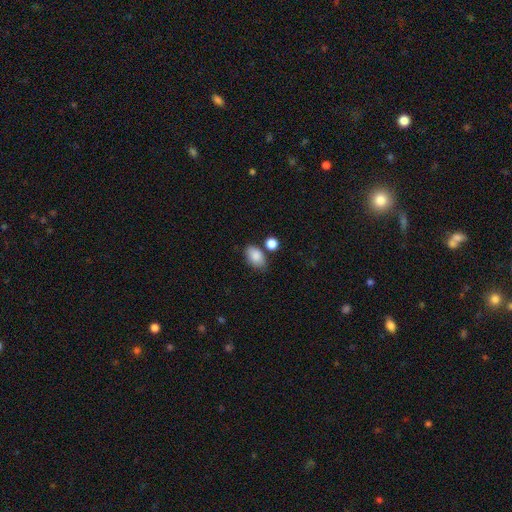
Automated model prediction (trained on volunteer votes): This appears to be a smooth galaxy with no disk features (86%) that is in between round and cigar-shaped (87%). Merging: none (66%).